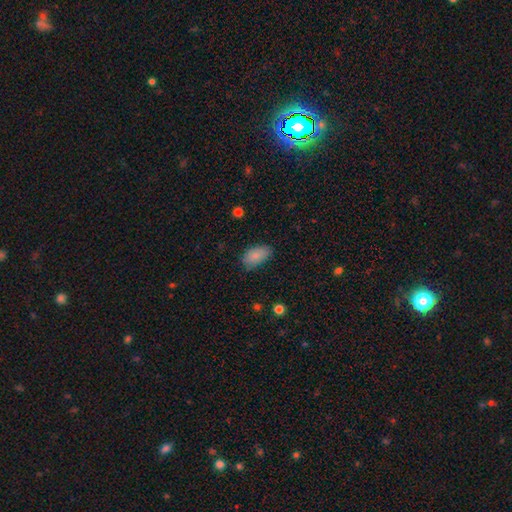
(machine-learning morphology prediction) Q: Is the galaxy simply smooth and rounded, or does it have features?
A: smooth — 85%.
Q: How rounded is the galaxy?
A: in between — 93%.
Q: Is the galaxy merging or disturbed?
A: none — 77%.